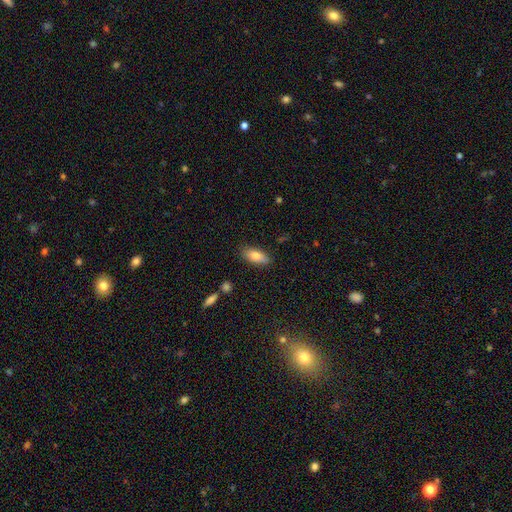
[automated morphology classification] This is likely a smooth galaxy (78%). How rounded: clearly in between (82%). Merging: clearly none (83%).